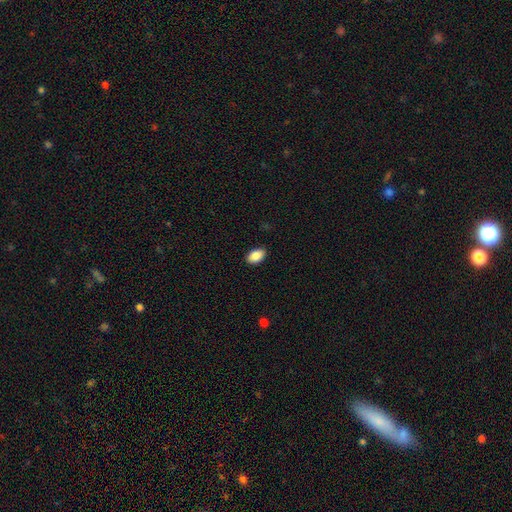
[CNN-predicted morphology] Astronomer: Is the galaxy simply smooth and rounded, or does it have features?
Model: smooth — 88%.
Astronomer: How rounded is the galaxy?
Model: in between — 91%.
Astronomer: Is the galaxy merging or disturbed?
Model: none — 88%.